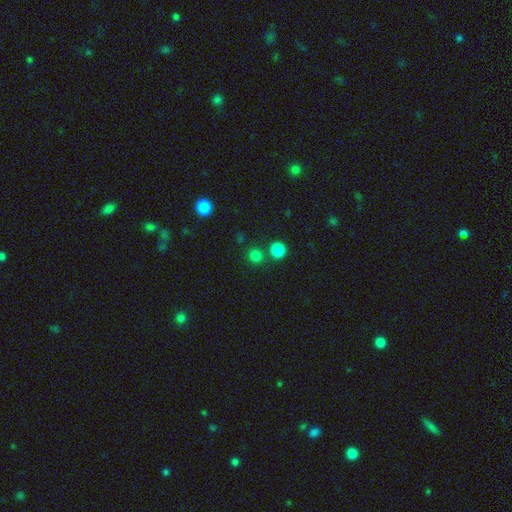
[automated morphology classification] This appears to be a smooth galaxy with no disk features (81%) that is round (91%). Merging: none (77%).